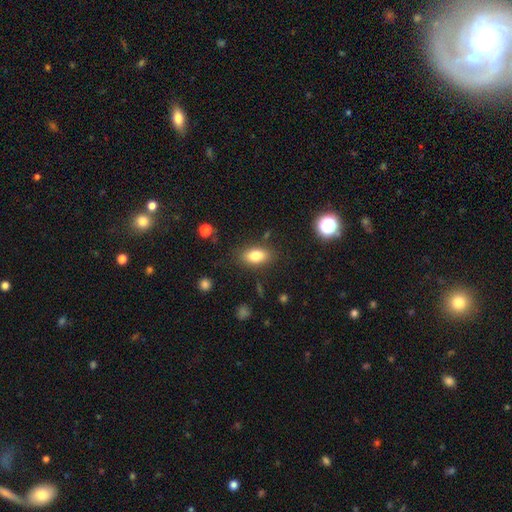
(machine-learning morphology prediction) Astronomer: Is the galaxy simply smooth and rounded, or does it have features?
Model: smooth — 80%.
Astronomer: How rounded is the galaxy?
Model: in between — 87%.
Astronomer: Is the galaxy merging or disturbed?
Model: none — 82%.